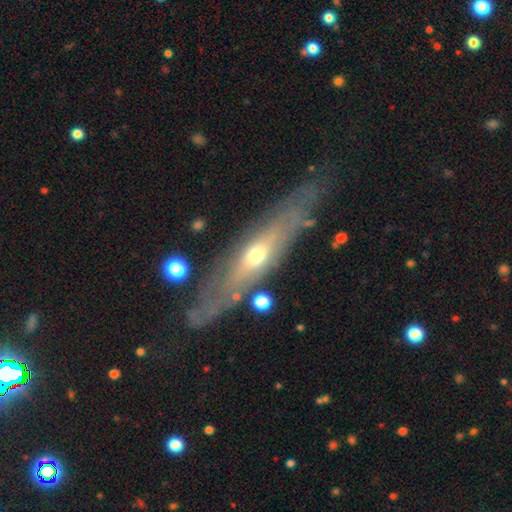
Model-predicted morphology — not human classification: A featured or disk galaxy (73%) viewed edge-on (62%).

Vote fractions:
- Smooth or featured? featured or disk: 73% / smooth: 21% / star or artifact: 6%
- Edge-on disk? yes: 62% / no: 38%
- Merging? none: 78% / minor disturbance: 15% / major disturbance: 5% / merger: 3%